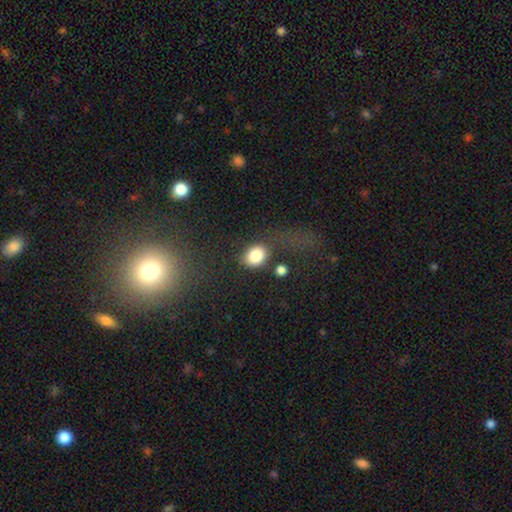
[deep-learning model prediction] Q: Smooth or featured?
A: smooth (84%); runner-up: star or artifact (9%)
Q: How rounded?
A: in between (50%); runner-up: round (48%)
Q: Merging?
A: none (58%); runner-up: minor disturbance (18%)